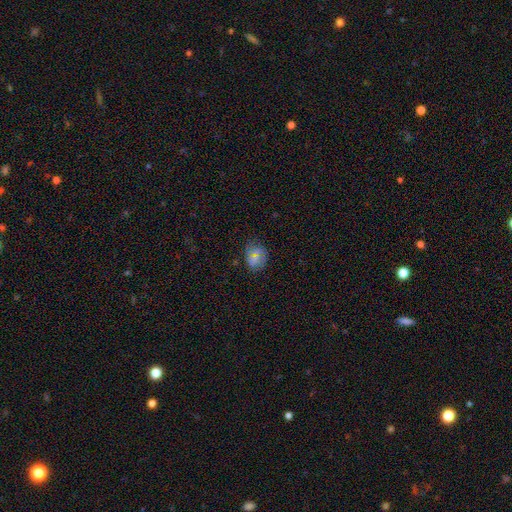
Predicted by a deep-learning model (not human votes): Smooth or featured? smooth (65%)
How rounded? round (50%)
Merging? none (75%)